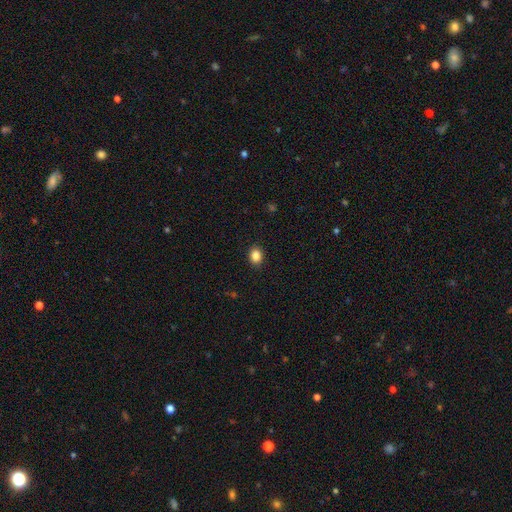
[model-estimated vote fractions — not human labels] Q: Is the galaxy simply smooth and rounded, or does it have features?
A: smooth — 86%.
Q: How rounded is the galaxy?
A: in between — 55%.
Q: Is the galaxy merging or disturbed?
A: none — 91%.